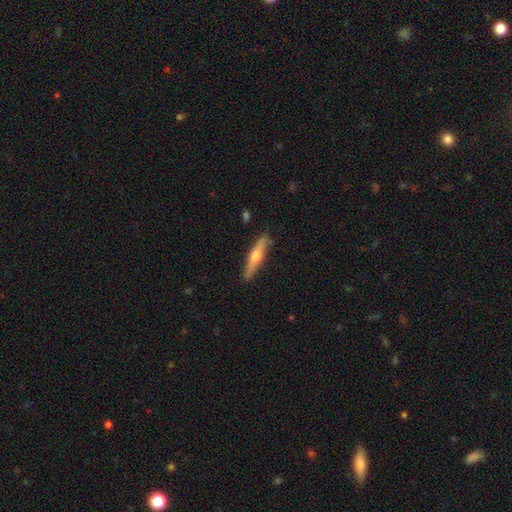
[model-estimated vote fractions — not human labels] smooth_or_featured: featured or disk (p=0.54) [alt: smooth p=0.41]
disk_edge_on: yes (p=0.93) [alt: no p=0.07]
edge_on_bulge: rounded (p=0.90) [alt: none p=0.07]
merging: none (p=0.87) [alt: minor disturbance p=0.10]